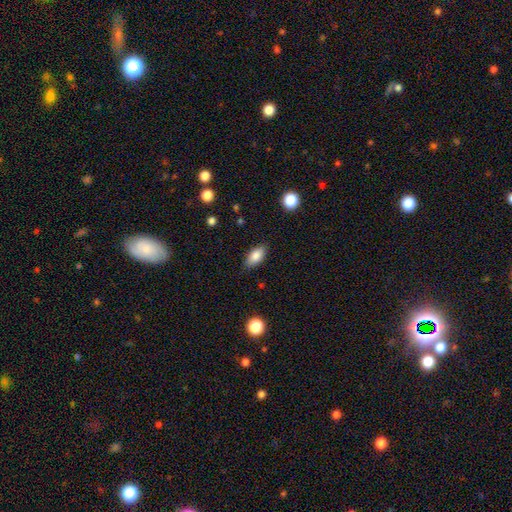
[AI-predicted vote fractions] This is clearly a smooth galaxy (83%). How rounded: clearly in between (89%). Merging: clearly none (83%).